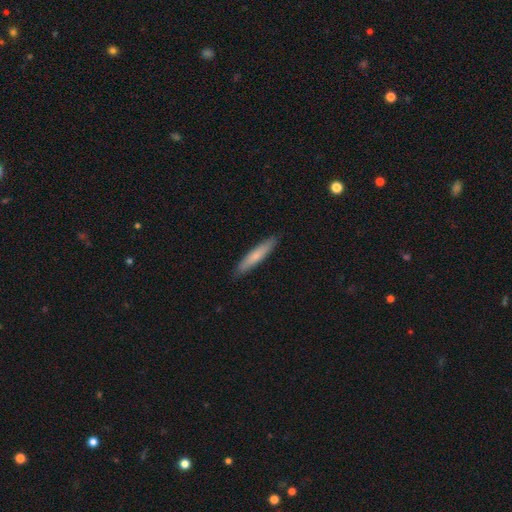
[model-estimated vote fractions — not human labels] Q: Smooth or featured?
A: smooth (71%); runner-up: featured or disk (23%)
Q: How rounded?
A: cigar-shaped (90%); runner-up: in between (9%)
Q: Merging?
A: none (90%); runner-up: minor disturbance (8%)